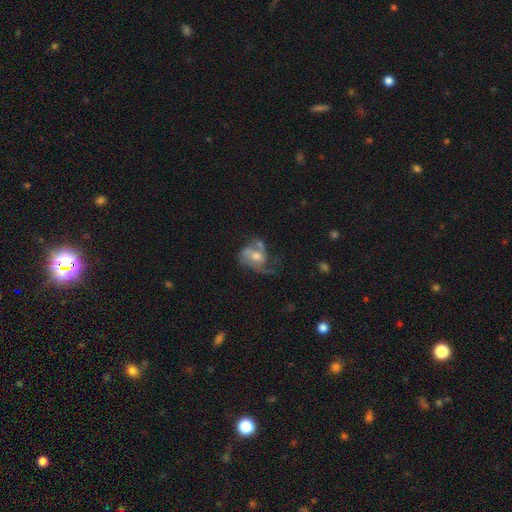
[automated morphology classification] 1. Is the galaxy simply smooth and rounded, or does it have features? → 66% featured or disk, 27% smooth, 8% star or artifact.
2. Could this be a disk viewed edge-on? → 97% no, 3% yes.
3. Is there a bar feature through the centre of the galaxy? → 56% no, 35% weak, 9% strong.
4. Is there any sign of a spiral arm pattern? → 81% yes, 19% no.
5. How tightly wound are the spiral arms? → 44% loose, 40% medium, 16% tight.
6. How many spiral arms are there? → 44% 2, 32% 1, 12% can't tell, 8% 3, 2% 4, 2% more than 4.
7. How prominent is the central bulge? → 62% moderate, 24% small, 8% large, 4% none, 1% dominant.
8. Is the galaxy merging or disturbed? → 34% major disturbance, 29% none, 21% minor disturbance, 16% merger.